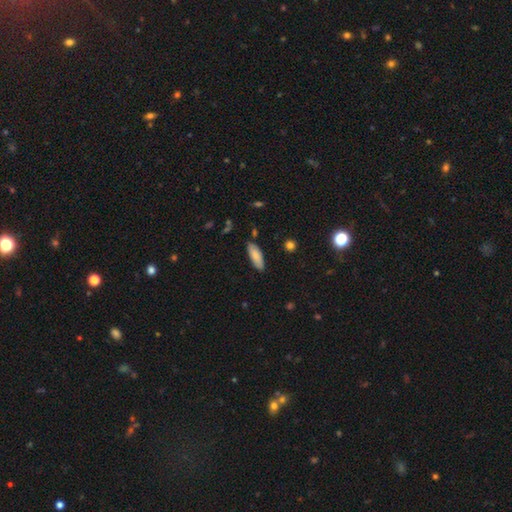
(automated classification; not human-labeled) Overall: smooth (84%). How rounded: in between (67%; cigar-shaped 31%). Merging: none (83%).